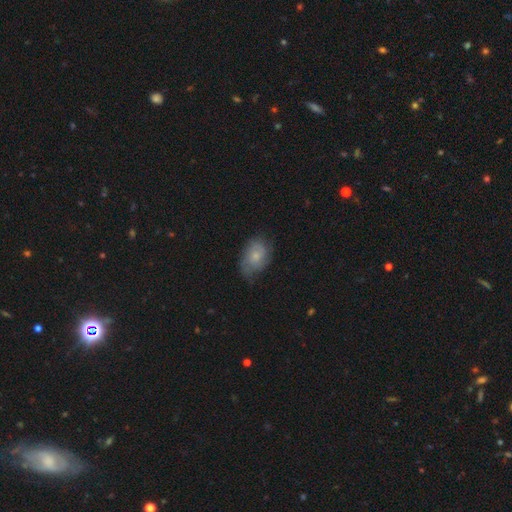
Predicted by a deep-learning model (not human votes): Morphology: type=smooth (55%); roundness=in between (79%); merging=none (59%).